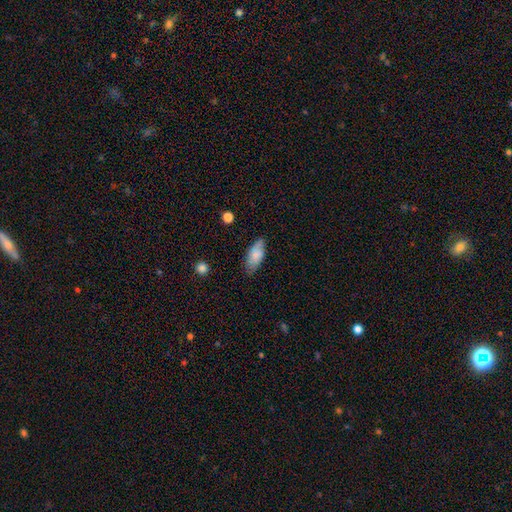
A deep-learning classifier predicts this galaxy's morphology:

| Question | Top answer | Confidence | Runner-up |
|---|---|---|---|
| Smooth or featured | smooth | 78% | featured or disk (16%) |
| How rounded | in between | 85% | cigar-shaped (13%) |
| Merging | none | 75% | minor disturbance (20%) |